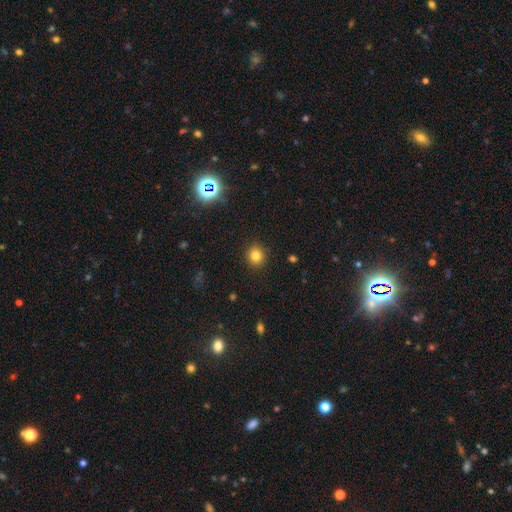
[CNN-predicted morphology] smooth-or-featured: smooth: 82% | star or artifact: 13% | featured or disk: 6%
  how-rounded: round: 87% | in between: 12% | cigar-shaped: 1%
  merging: none: 91% | minor disturbance: 6% | major disturbance: 2% | merger: 1%